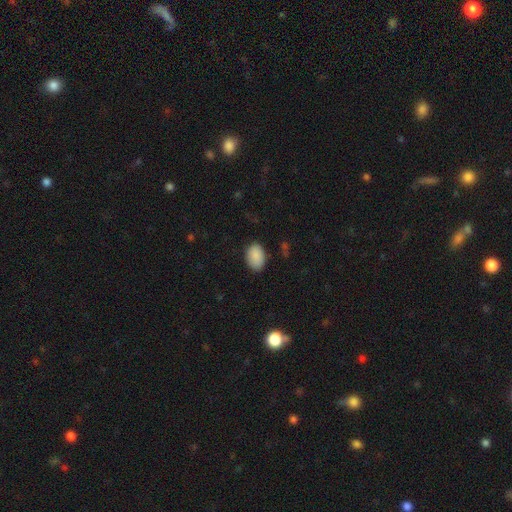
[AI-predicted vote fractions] smooth_or_featured: smooth (p=0.89) [alt: star or artifact p=0.07]
how_rounded: in between (p=0.86) [alt: round p=0.13]
merging: none (p=0.82) [alt: minor disturbance p=0.14]